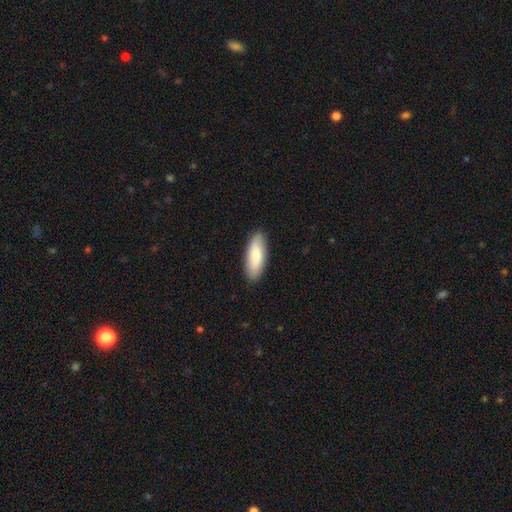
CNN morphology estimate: Smooth or featured? smooth (83%)
How rounded? in between (71%)
Merging? none (88%)